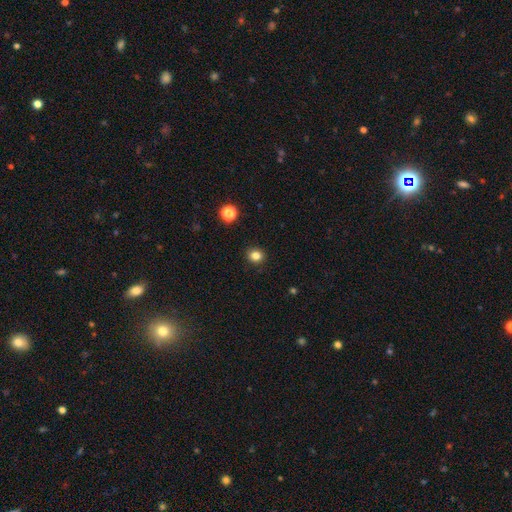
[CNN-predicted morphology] Smooth or featured? smooth (82%)
How rounded? round (78%)
Merging? none (91%)